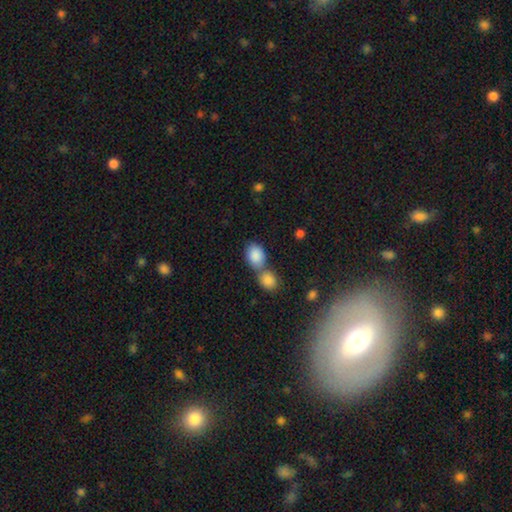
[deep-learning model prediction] smooth_or_featured: smooth (p=0.87) [alt: star or artifact p=0.07]
how_rounded: in between (p=0.67) [alt: round p=0.32]
merging: merger (p=0.55) [alt: none p=0.33]